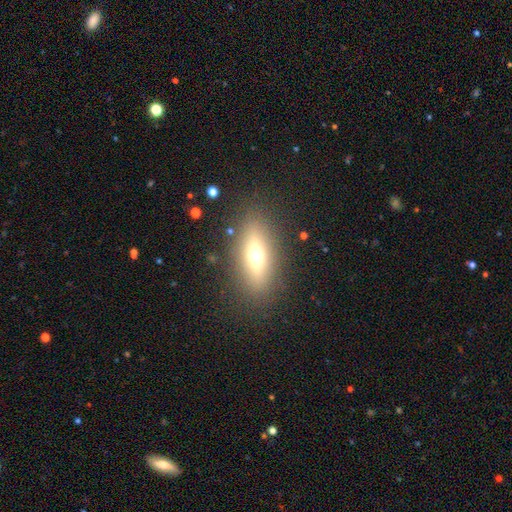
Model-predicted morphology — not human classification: This is marginally a smooth galaxy (45%). Merging: clearly none (86%).